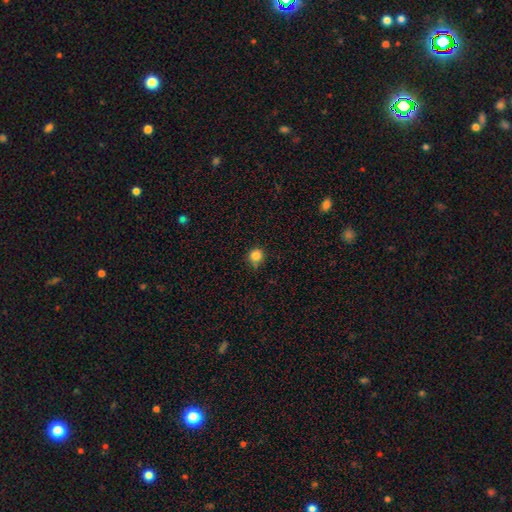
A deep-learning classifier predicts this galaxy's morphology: type=smooth (84%); roundness=round (91%); merging=none (75%).